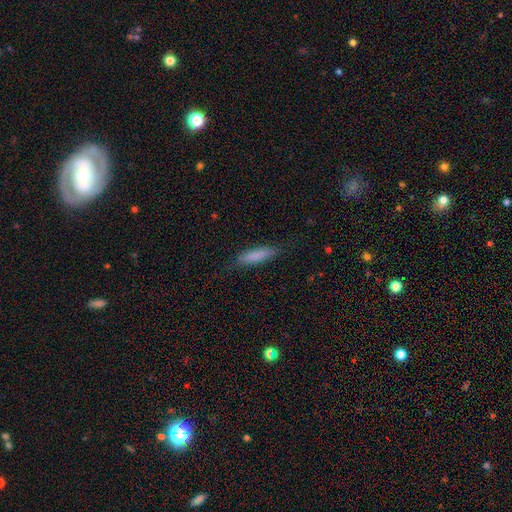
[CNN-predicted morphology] Smooth or featured?
  - smooth: 80% *
  - featured or disk: 14%
  - star or artifact: 6%
How rounded?
  - cigar-shaped: 77% *
  - in between: 21%
  - round: 1%
Merging?
  - none: 81% *
  - minor disturbance: 14%
  - major disturbance: 3%
  - merger: 1%